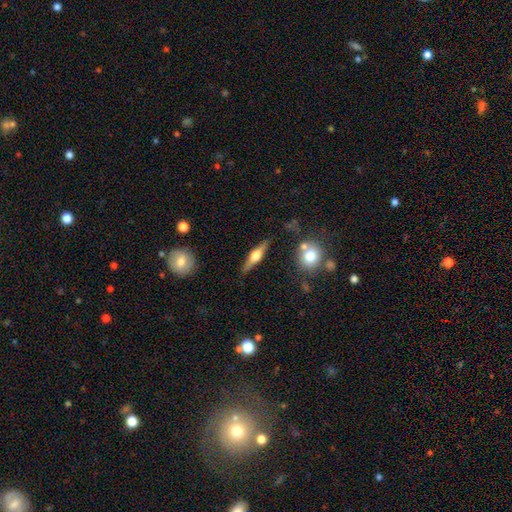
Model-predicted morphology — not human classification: The model was most divided on "smooth or featured": featured or disk: 70%, smooth: 24%, star or artifact: 6%. More confident: edge-on disk — yes (96%); edge-on bulge — rounded (91%); merging — none (85%).